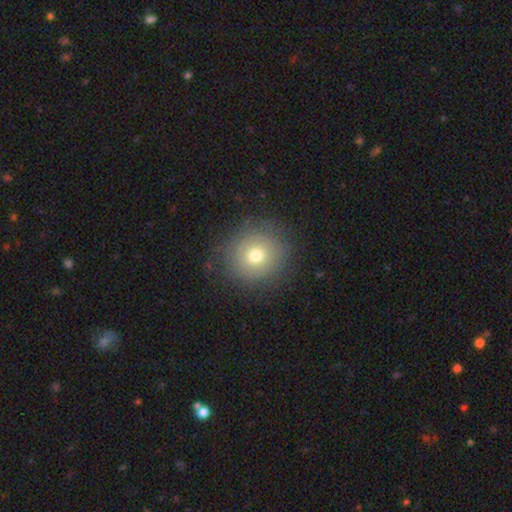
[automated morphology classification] Smooth or featured: smooth — 70% (featured or disk — 18%)
How rounded: round — 90% (in between — 9%)
Merging: none — 83% (minor disturbance — 11%)